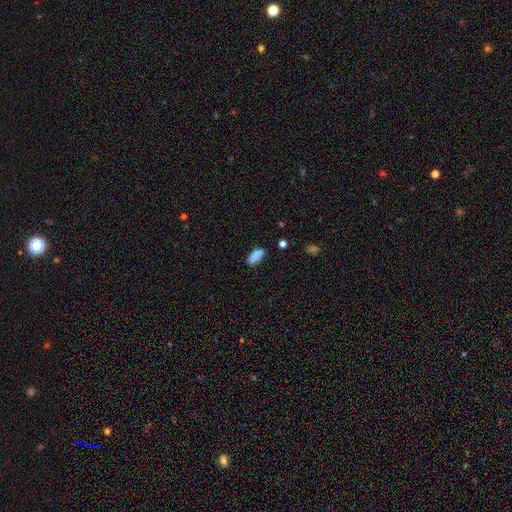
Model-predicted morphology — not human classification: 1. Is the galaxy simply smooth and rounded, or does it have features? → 82% smooth, 10% star or artifact, 8% featured or disk.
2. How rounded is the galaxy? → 88% in between, 9% cigar-shaped, 3% round.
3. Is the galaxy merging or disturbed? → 67% none, 23% minor disturbance, 6% major disturbance, 5% merger.